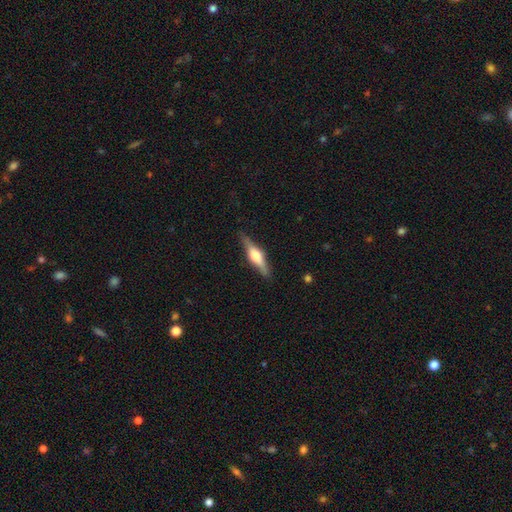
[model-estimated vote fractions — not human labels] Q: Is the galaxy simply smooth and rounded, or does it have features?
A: featured or disk — 62%.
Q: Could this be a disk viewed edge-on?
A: yes — 96%.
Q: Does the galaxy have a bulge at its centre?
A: rounded — 81%.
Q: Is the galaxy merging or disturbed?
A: none — 86%.